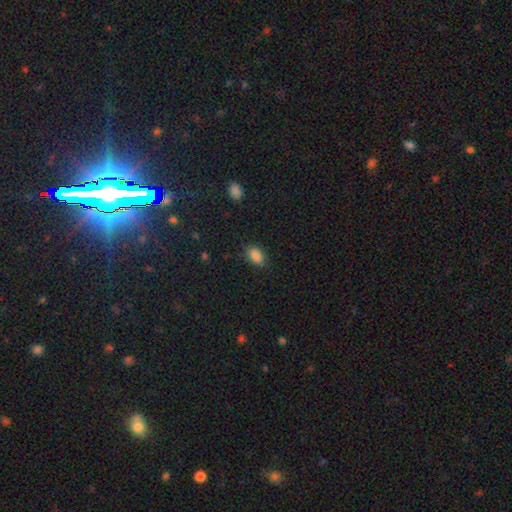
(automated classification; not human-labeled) smooth-or-featured: smooth: 86% | star or artifact: 9% | featured or disk: 4%
  how-rounded: in between: 89% | round: 9% | cigar-shaped: 2%
  merging: none: 82% | minor disturbance: 13% | major disturbance: 3% | merger: 1%